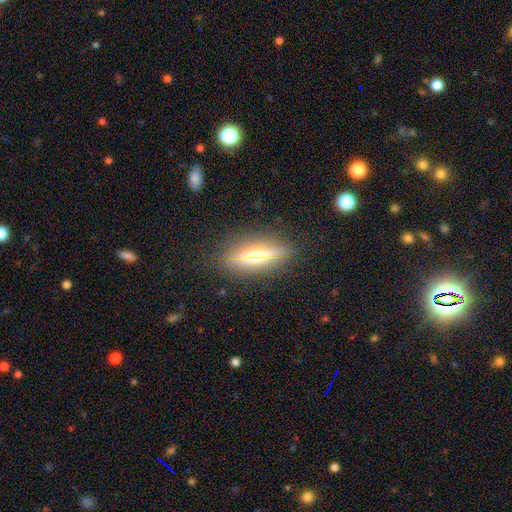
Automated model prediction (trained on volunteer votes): A featured or disk galaxy (62%) viewed edge-on (91%) with a rounded central bulge (86%). Merging: none (86%).